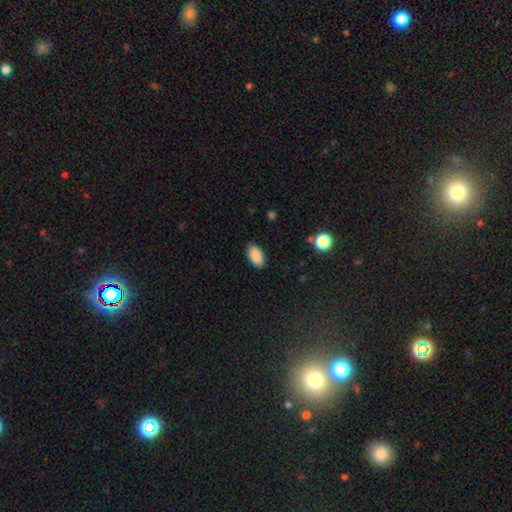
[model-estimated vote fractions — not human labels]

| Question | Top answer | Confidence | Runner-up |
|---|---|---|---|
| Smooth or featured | smooth | 90% | star or artifact (7%) |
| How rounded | in between | 94% | round (4%) |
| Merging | none | 88% | minor disturbance (9%) |